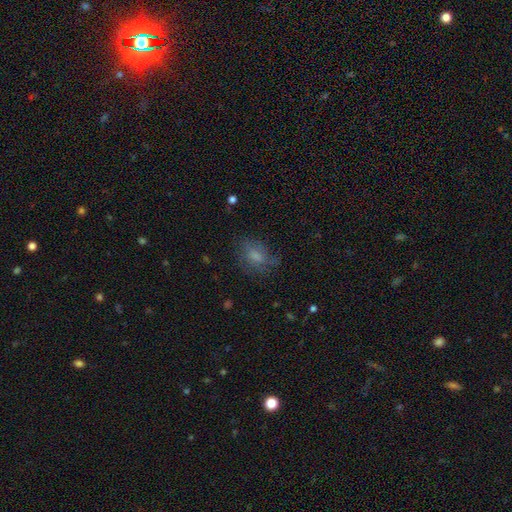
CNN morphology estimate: type=smooth (63%); roundness=in between (74%); merging=none (57%).